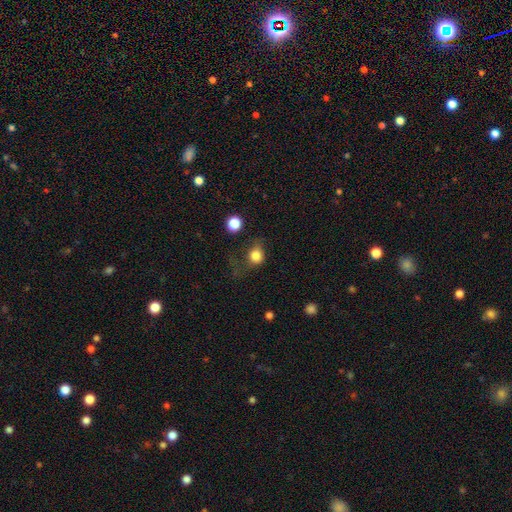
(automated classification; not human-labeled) The model was most divided on "merging": none: 44%, major disturbance: 27%, minor disturbance: 26%, merger: 4%. More confident: smooth or featured — smooth (80%); how rounded — round (74%).